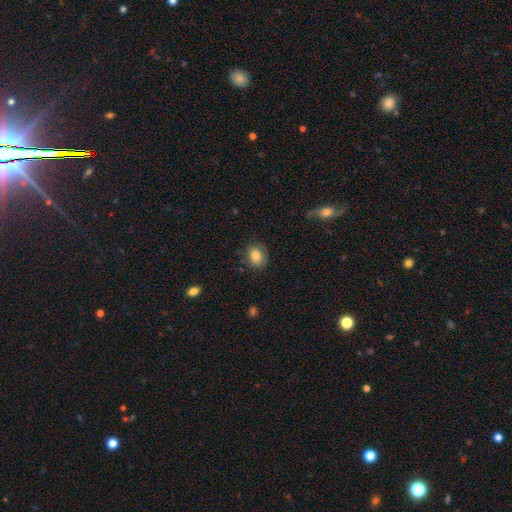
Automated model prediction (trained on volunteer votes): Smooth or featured: smooth — 80% (featured or disk — 11%)
How rounded: in between — 52% (round — 47%)
Merging: none — 76% (minor disturbance — 18%)